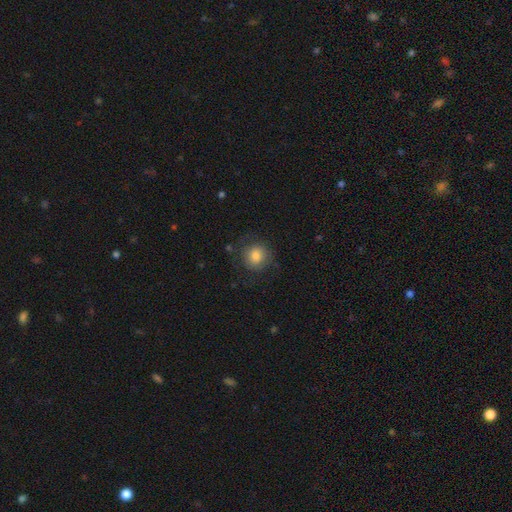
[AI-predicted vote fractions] A smooth galaxy with no disk features (78%) that is round (85%).

Vote fractions:
- Smooth or featured? smooth: 78% / featured or disk: 13% / star or artifact: 10%
- How rounded? round: 85% / in between: 14% / cigar-shaped: 1%
- Merging? none: 77% / minor disturbance: 15% / major disturbance: 7% / merger: 1%